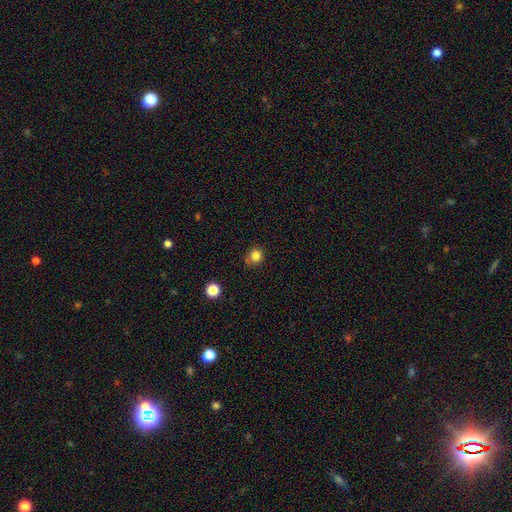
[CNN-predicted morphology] Smooth or featured?
  - smooth: 82% *
  - star or artifact: 13%
  - featured or disk: 5%
How rounded?
  - round: 87% *
  - in between: 12%
  - cigar-shaped: 1%
Merging?
  - none: 74% *
  - minor disturbance: 18%
  - major disturbance: 4%
  - merger: 4%